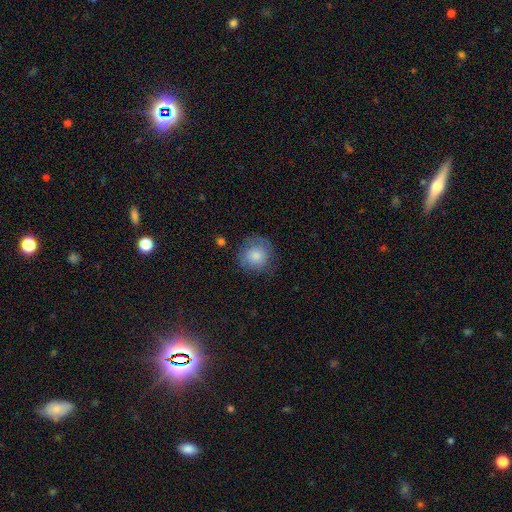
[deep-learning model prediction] Smooth or featured?
  - smooth: 79% *
  - featured or disk: 13%
  - star or artifact: 8%
How rounded?
  - round: 91% *
  - in between: 8%
  - cigar-shaped: 1%
Merging?
  - none: 74% *
  - minor disturbance: 18%
  - major disturbance: 6%
  - merger: 2%